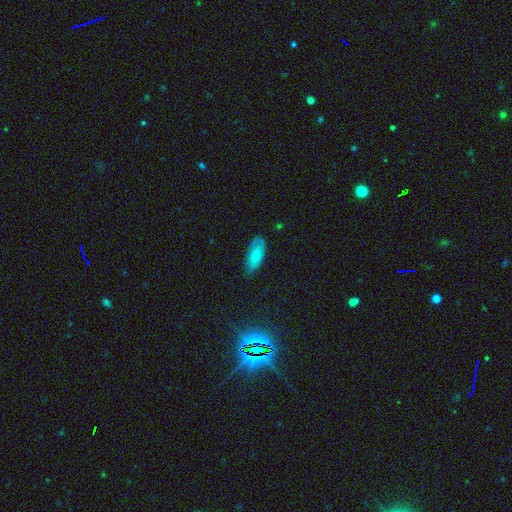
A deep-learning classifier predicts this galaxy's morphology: type=smooth (62%); roundness=in between (83%); merging=none (75%).